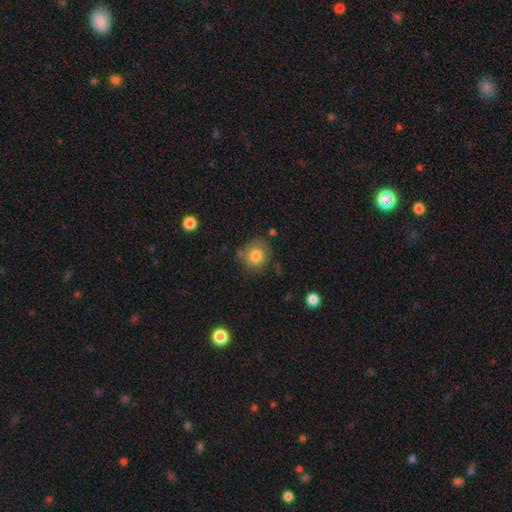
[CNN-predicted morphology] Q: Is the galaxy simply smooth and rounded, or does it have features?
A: smooth — 81%.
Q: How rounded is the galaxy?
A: round — 84%.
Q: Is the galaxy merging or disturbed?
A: none — 74%.